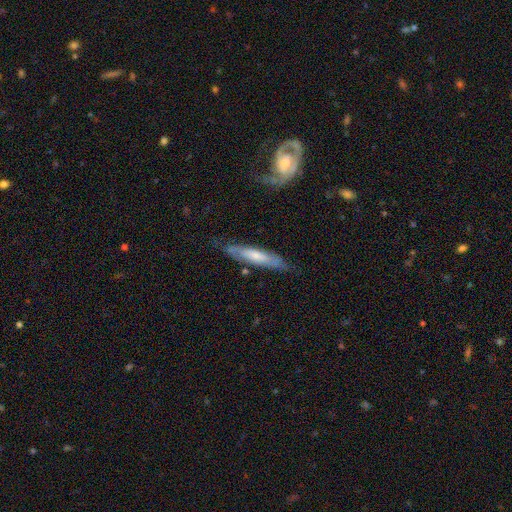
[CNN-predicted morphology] Smooth or featured?
  - featured or disk: 51% *
  - smooth: 44%
  - star or artifact: 5%
Edge-on disk?
  - yes: 59% *
  - no: 41%
Merging?
  - none: 74% *
  - minor disturbance: 17%
  - major disturbance: 6%
  - merger: 3%